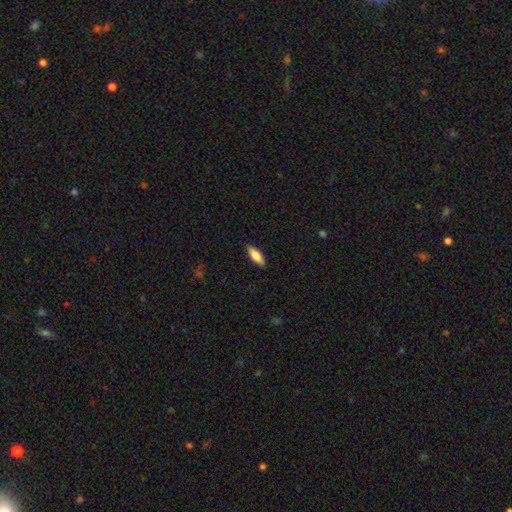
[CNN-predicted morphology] Smooth or featured? Predicted: smooth (p=0.85). How rounded? Predicted: in between (p=0.74). Merging? Predicted: none (p=0.88).